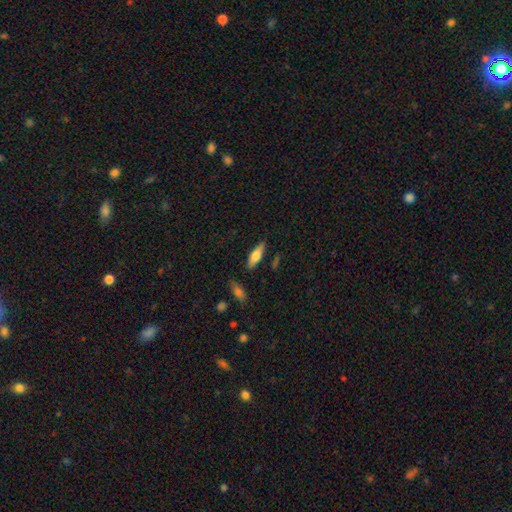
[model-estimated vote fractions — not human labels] Smooth or featured?
  - smooth: 60% *
  - featured or disk: 33%
  - star or artifact: 6%
How rounded?
  - in between: 52% *
  - cigar-shaped: 46%
  - round: 2%
Merging?
  - none: 83% *
  - minor disturbance: 12%
  - merger: 3%
  - major disturbance: 3%